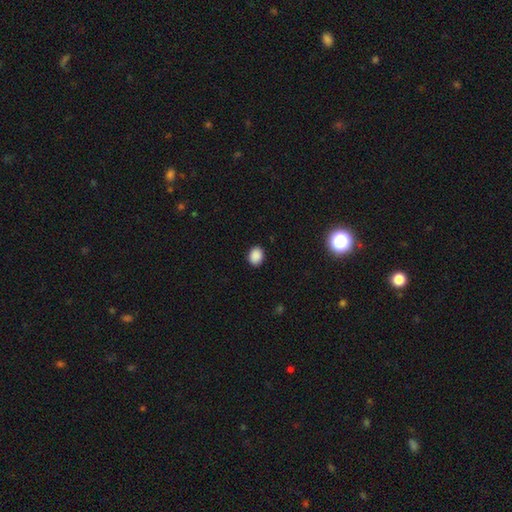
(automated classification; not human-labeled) smooth_or_featured: smooth (p=0.88) [alt: star or artifact p=0.09]
how_rounded: in between (p=0.53) [alt: round p=0.46]
merging: none (p=0.89) [alt: minor disturbance p=0.08]